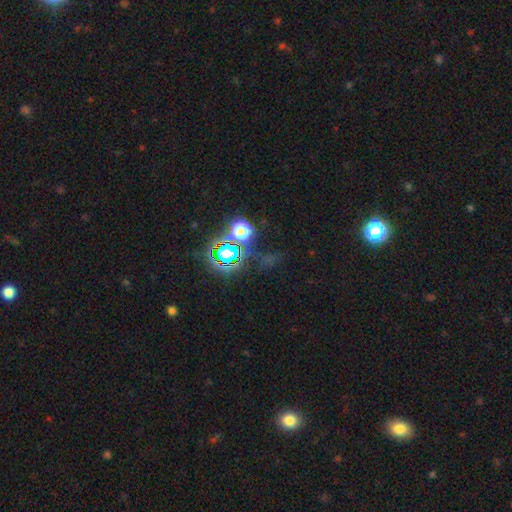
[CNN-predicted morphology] The model was most divided on "smooth or featured": star or artifact: 72%, smooth: 19%, featured or disk: 9%.